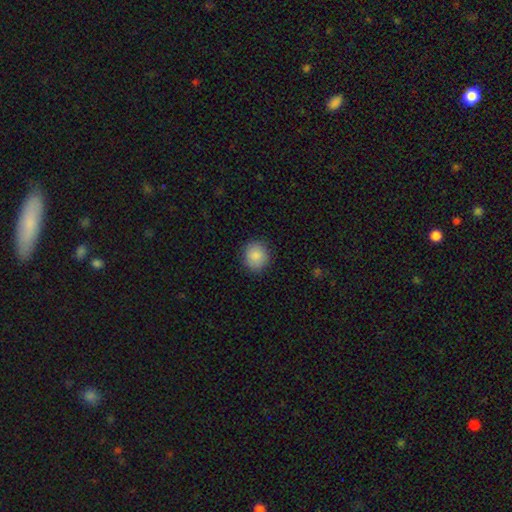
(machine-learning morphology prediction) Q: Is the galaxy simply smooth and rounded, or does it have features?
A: smooth — 88%.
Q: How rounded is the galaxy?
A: round — 87%.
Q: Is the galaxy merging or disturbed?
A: none — 88%.